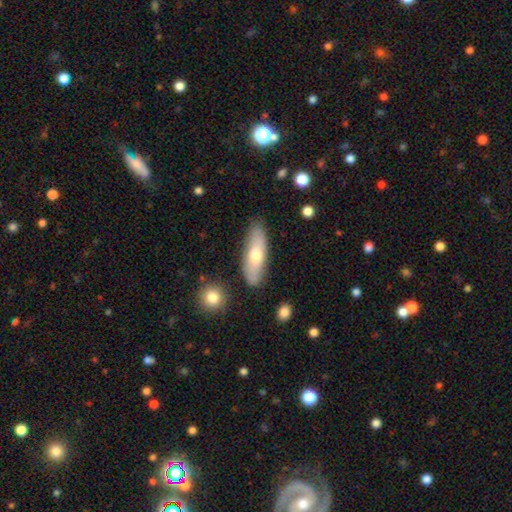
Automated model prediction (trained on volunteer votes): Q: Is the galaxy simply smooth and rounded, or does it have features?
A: smooth — 62%.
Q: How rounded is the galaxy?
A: in between — 49%.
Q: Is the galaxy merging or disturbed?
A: none — 83%.